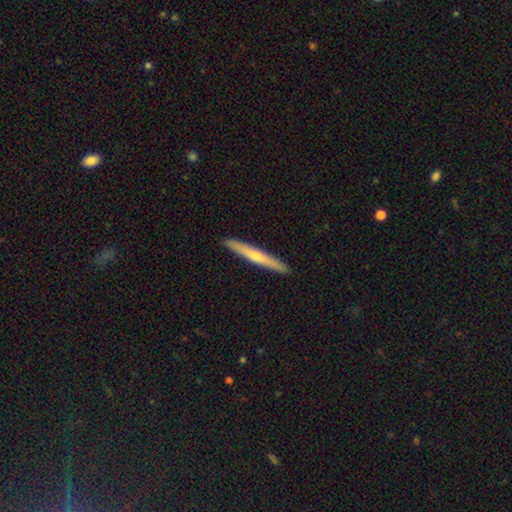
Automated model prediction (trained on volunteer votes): This is possibly a featured or disk galaxy (49%). Merging: clearly none (92%).